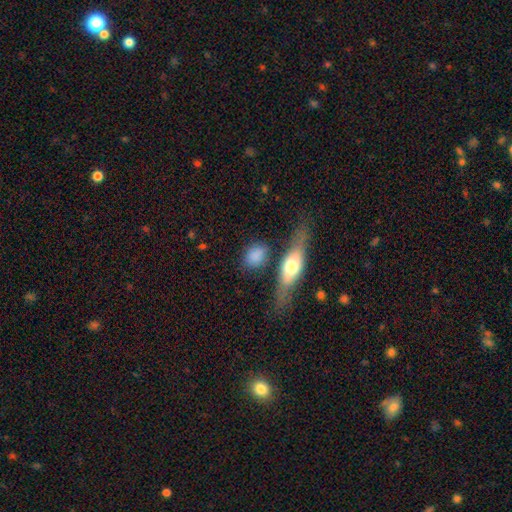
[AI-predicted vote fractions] Smooth or featured: smooth — 79% (featured or disk — 13%)
How rounded: in between — 59% (round — 34%)
Merging: none — 68% (minor disturbance — 16%)